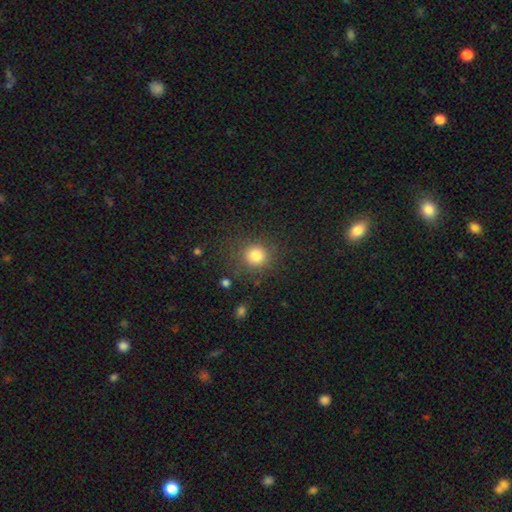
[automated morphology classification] Q: Smooth or featured?
A: smooth (81%); runner-up: star or artifact (13%)
Q: How rounded?
A: round (90%); runner-up: in between (9%)
Q: Merging?
A: none (84%); runner-up: minor disturbance (9%)